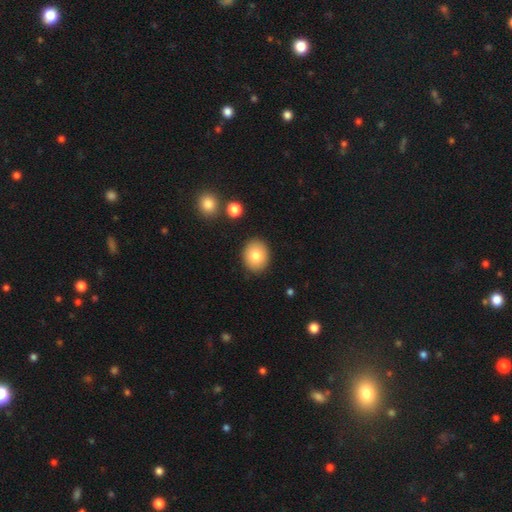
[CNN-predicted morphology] Smooth or featured? smooth (80%)
How rounded? round (60%)
Merging? none (89%)